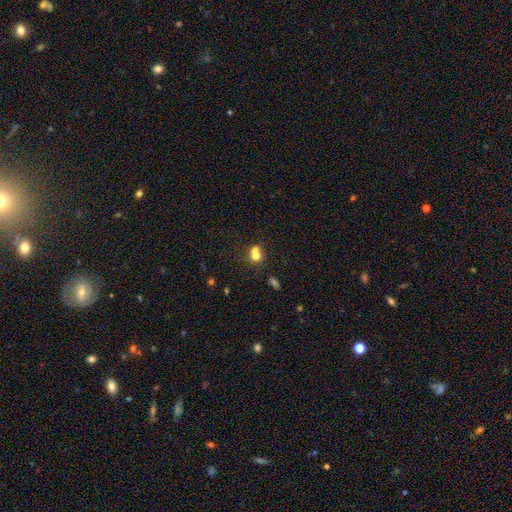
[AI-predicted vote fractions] smooth-or-featured: smooth: 69% | featured or disk: 16% | star or artifact: 15%
  how-rounded: round: 68% | in between: 31% | cigar-shaped: 1%
  merging: merger: 58% | none: 29% | minor disturbance: 8% | major disturbance: 5%